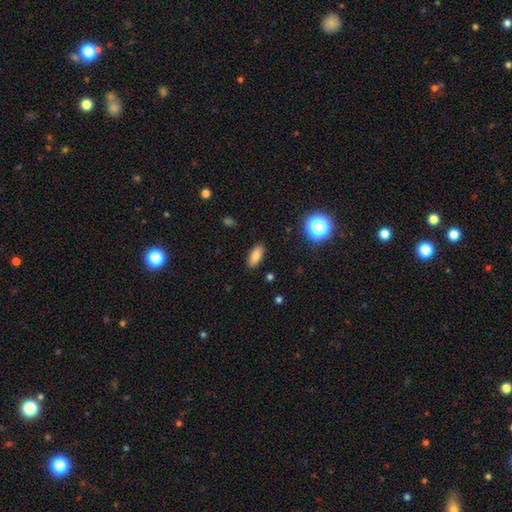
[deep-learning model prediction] This appears to be a smooth galaxy with no disk features (83%) that is in between round and cigar-shaped (84%). Merging: none (88%).